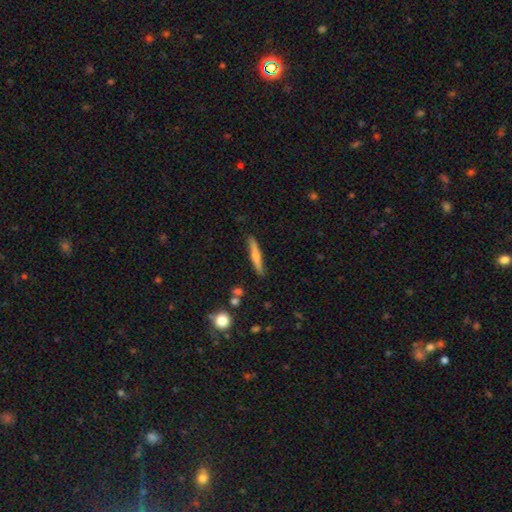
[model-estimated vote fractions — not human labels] Smooth or featured? featured or disk (50%)
Edge-on disk? yes (95%)
Merging? none (88%)